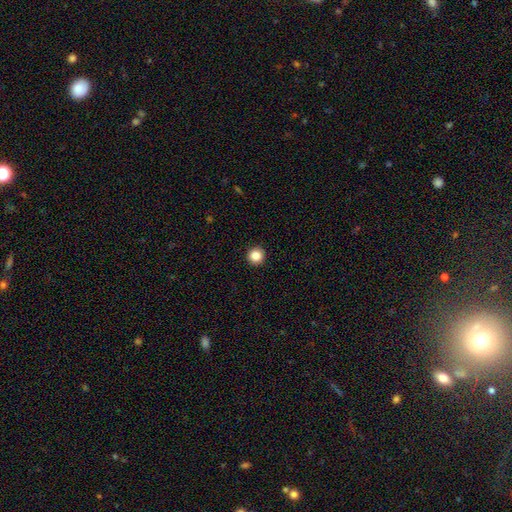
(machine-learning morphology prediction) Smooth or featured: smooth — 86% (star or artifact — 10%)
How rounded: round — 96% (in between — 3%)
Merging: none — 94% (minor disturbance — 4%)